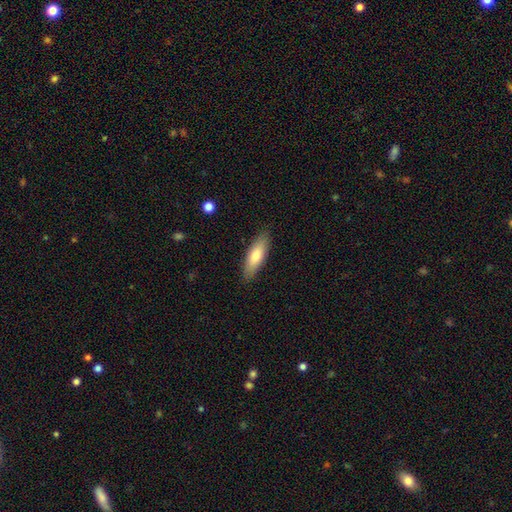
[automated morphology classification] Overall: smooth (73%). How rounded: in between (50%; cigar-shaped 48%). Merging: none (87%).